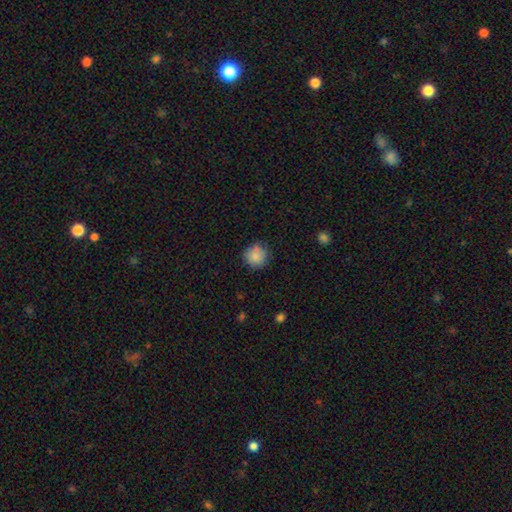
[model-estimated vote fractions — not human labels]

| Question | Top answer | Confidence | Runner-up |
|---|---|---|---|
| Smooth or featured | smooth | 86% | star or artifact (9%) |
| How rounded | round | 93% | in between (6%) |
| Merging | none | 79% | minor disturbance (14%) |